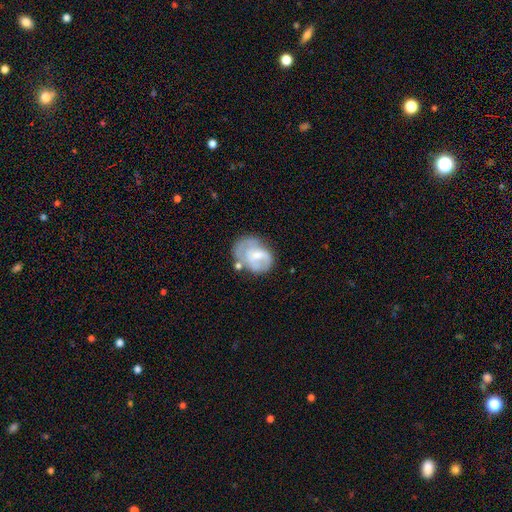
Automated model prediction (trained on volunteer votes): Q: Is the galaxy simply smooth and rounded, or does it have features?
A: featured or disk — 59%.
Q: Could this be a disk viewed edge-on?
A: no — 97%.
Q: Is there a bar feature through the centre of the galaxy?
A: no — 53%.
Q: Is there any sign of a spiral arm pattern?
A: yes — 65%.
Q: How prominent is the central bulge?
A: small — 44%.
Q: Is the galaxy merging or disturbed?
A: none — 42%.